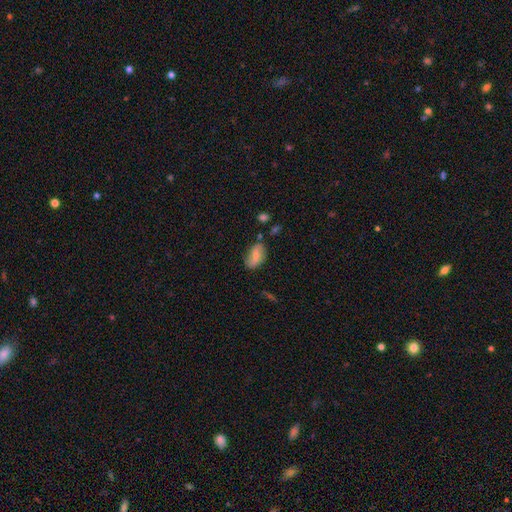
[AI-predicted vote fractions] A smooth galaxy with no disk features (58%) that is in between round and cigar-shaped (89%). Merging: none (61%).